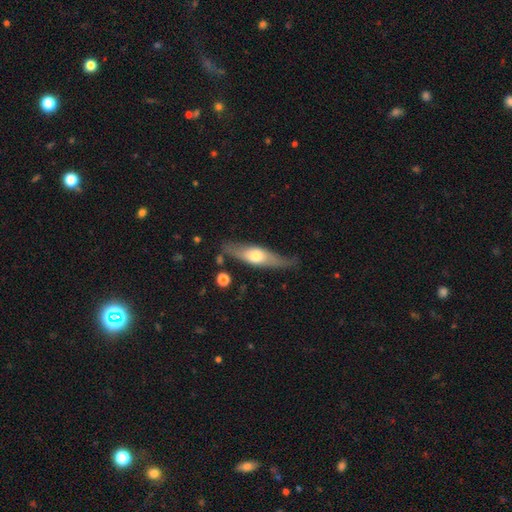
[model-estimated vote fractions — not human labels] Smooth or featured: featured or disk — 51% (smooth — 44%)
Edge-on disk: yes — 76% (no — 24%)
Merging: none — 74% (minor disturbance — 18%)